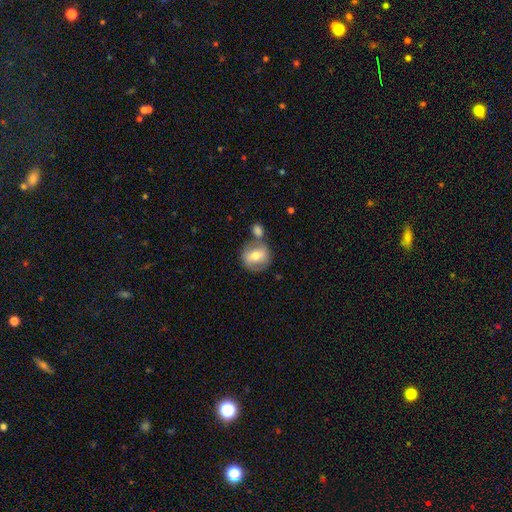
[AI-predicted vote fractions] A smooth galaxy with no disk features (54%) that is round (78%).

Vote fractions:
- Smooth or featured? smooth: 54% / featured or disk: 39% / star or artifact: 7%
- How rounded? round: 78% / in between: 21% / cigar-shaped: 1%
- Merging? none: 51% / merger: 28% / minor disturbance: 15% / major disturbance: 6%